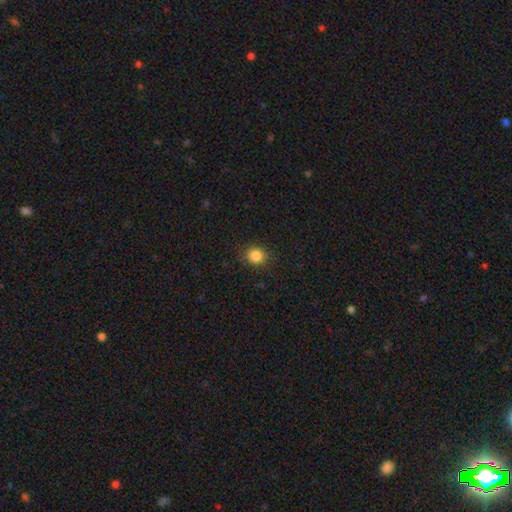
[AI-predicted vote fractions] Smooth or featured? smooth (85%)
How rounded? round (82%)
Merging? none (87%)